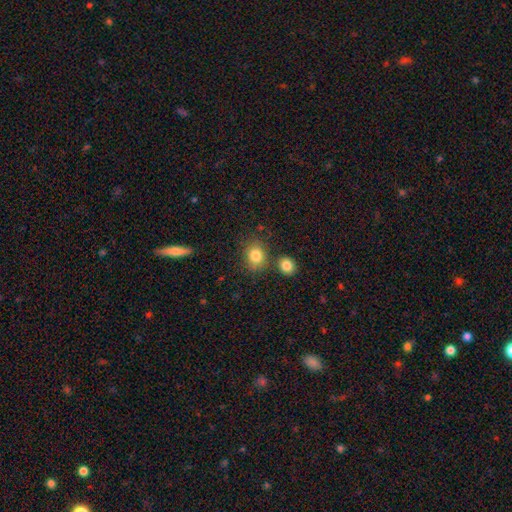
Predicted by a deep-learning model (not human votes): smooth 83%, star or artifact 10%, featured or disk 7%. Down the decision tree: how rounded — round (61%); merging — none (72%).